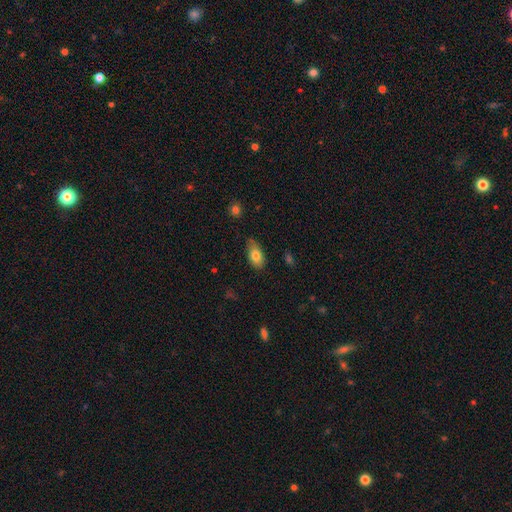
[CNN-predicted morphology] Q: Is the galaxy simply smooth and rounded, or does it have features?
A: smooth — 80%.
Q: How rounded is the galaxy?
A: in between — 91%.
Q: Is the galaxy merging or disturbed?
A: none — 67%.